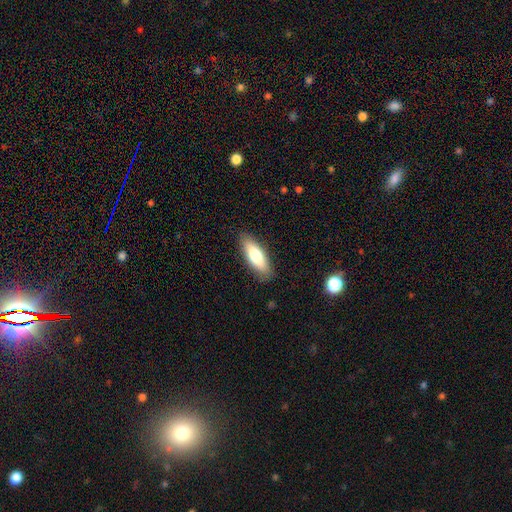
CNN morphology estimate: Smooth or featured: smooth — 73% (featured or disk — 20%)
How rounded: in between — 67% (cigar-shaped — 31%)
Merging: none — 87% (minor disturbance — 10%)